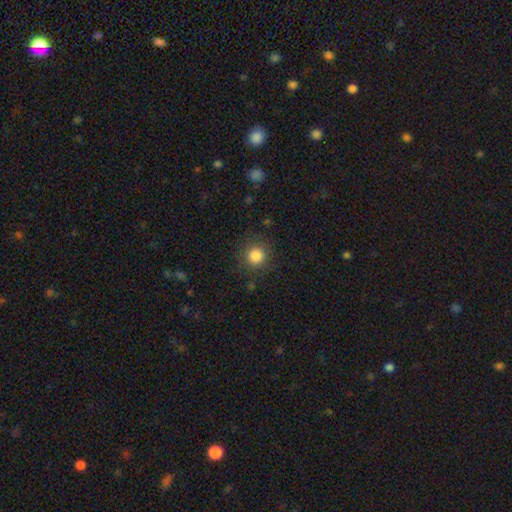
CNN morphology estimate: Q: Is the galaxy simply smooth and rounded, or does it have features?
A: smooth — 84%.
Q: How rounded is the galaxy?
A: round — 93%.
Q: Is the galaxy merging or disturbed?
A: none — 85%.